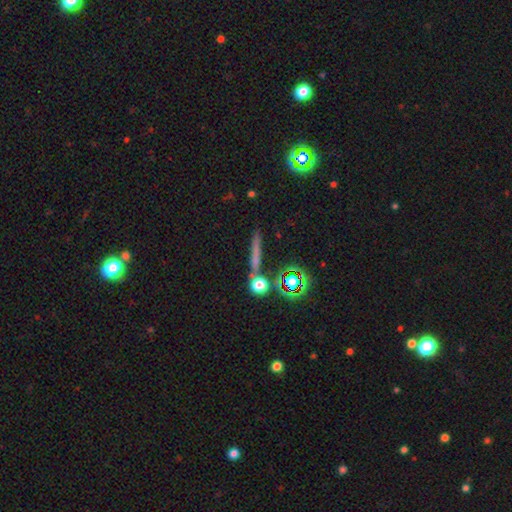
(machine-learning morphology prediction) smooth_or_featured: smooth (p=0.50) [alt: star or artifact p=0.25]
merging: none (p=0.76) [alt: merger p=0.10]